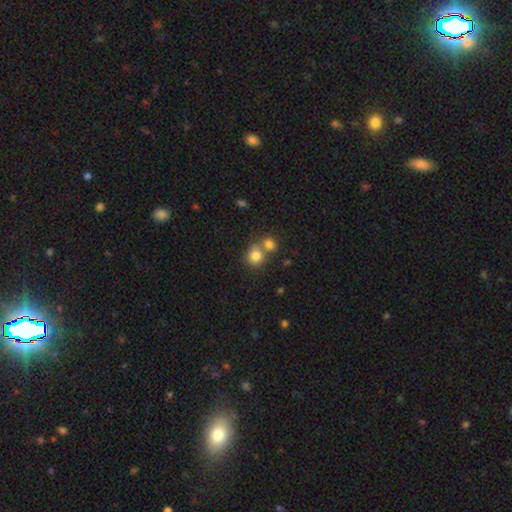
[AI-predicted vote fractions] The model was most divided on "merging": none: 48%, merger: 42%, minor disturbance: 8%, major disturbance: 3%. More confident: how rounded — round (84%); smooth or featured — smooth (80%).